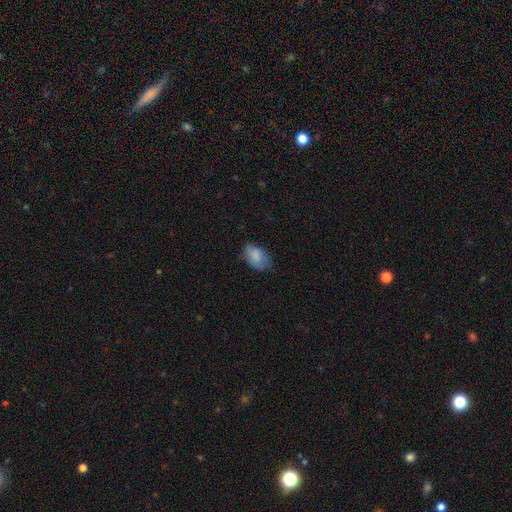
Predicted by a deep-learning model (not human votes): Smooth or featured: smooth — 78% (featured or disk — 14%)
How rounded: in between — 90% (round — 8%)
Merging: none — 58% (minor disturbance — 31%)